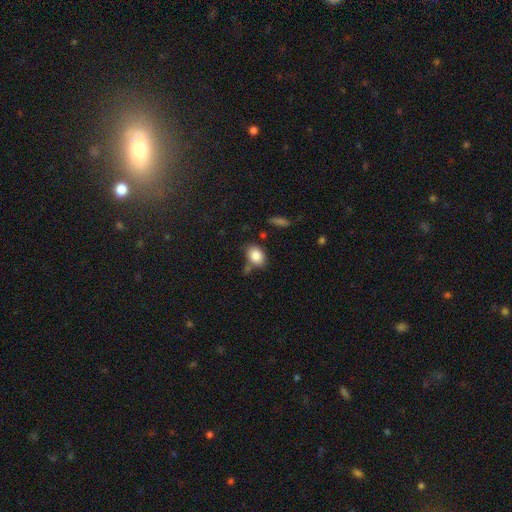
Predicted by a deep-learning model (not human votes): Smooth or featured? smooth (85%)
How rounded? in between (75%)
Merging? none (67%)